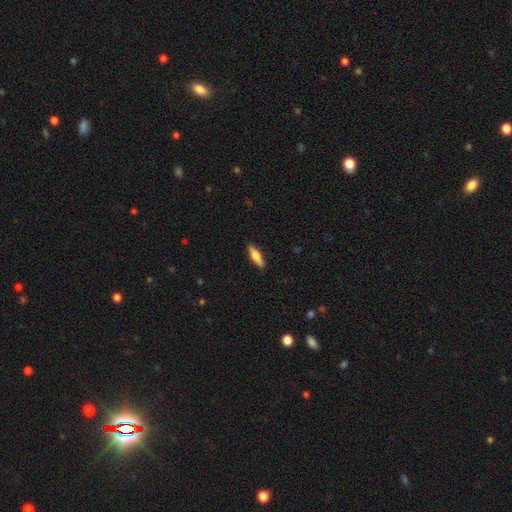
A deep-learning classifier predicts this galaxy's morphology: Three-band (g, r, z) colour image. It shows a smooth galaxy with no disk features (68%) that is cigar-shaped (58%). Merging: none (89%).